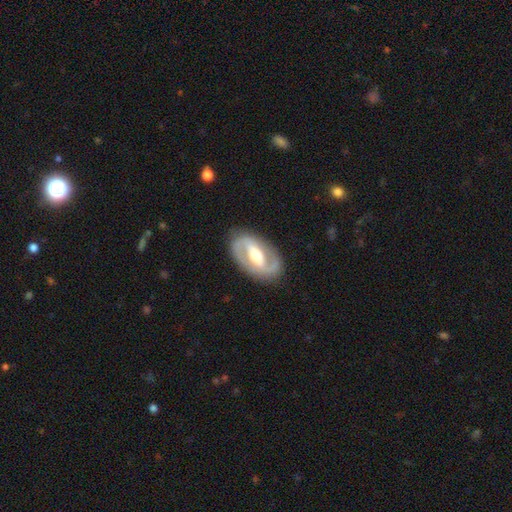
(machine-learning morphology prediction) This appears to be a featured or disk galaxy (83%) with a strong bar (48%), 2 (89%) medium (48%) spiral arms (82%) and a moderate central bulge (69%). Merging: none (86%).